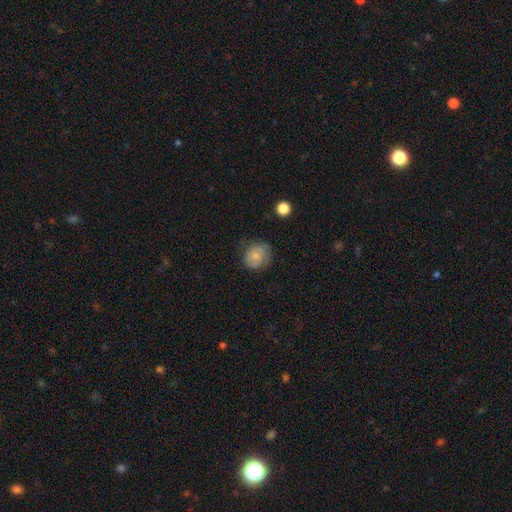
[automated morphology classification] The model was most divided on "merging": none: 62%, minor disturbance: 27%, major disturbance: 9%, merger: 2%. More confident: smooth or featured — smooth (75%); how rounded — round (73%).